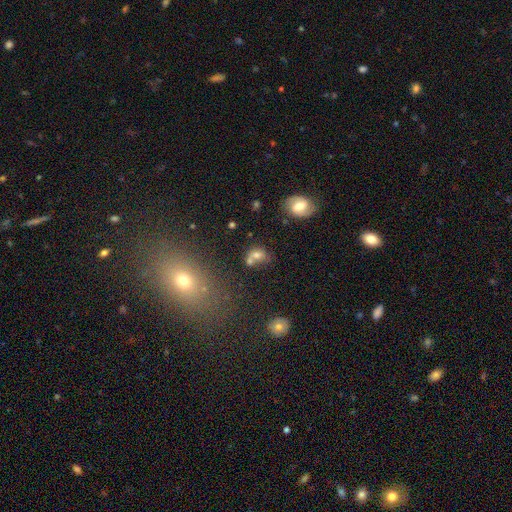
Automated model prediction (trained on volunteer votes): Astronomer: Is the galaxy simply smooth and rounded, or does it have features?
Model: smooth — 65%.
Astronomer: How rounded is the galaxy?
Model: in between — 55% (runner-up: round, 43%).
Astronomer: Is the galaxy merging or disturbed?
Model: merger — 50% (runner-up: none, 31%).